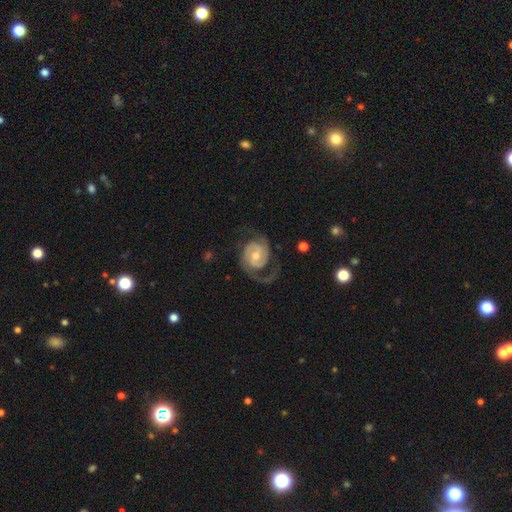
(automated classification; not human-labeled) A featured or disk galaxy (88%) with no bar (56%), 2 (85%) medium (44%) spiral arms (97%) and a moderate central bulge (61%). Merging: none (64%).